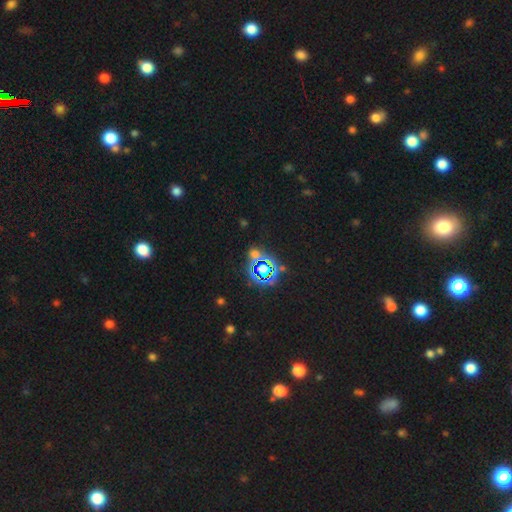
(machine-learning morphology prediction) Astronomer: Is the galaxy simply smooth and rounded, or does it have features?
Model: star or artifact — 75%.